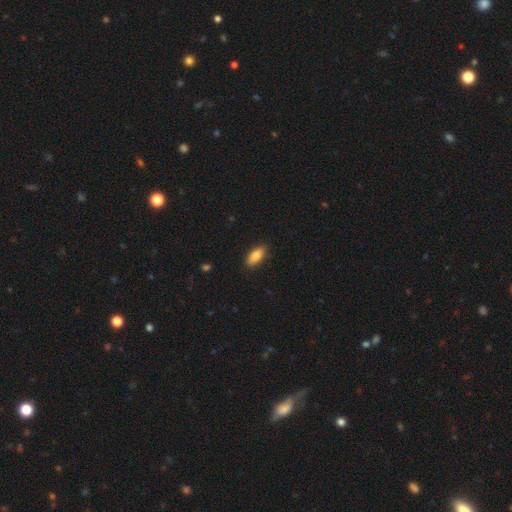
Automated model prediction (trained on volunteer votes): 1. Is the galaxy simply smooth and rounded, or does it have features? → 84% smooth, 9% featured or disk, 7% star or artifact.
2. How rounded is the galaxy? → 85% in between, 13% cigar-shaped, 2% round.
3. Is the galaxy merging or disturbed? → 87% none, 10% minor disturbance, 2% major disturbance, 1% merger.